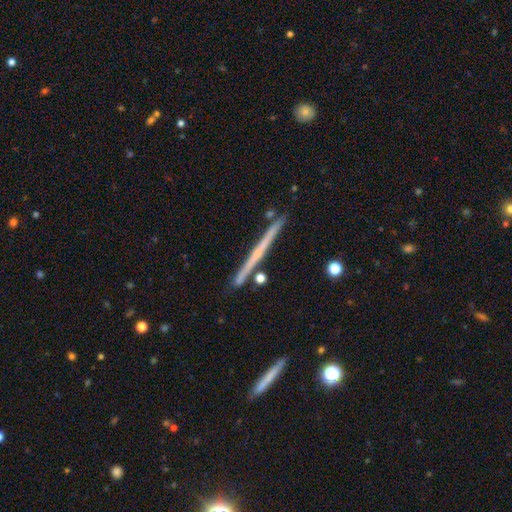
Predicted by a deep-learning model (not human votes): A featured or disk galaxy (62%) viewed edge-on (98%) with no central bulge (81%).

Vote fractions:
- Smooth or featured? featured or disk: 62% / smooth: 32% / star or artifact: 6%
- Edge-on disk? yes: 98% / no: 2%
- Edge-on bulge? none: 81% / rounded: 14% / boxy: 4%
- Merging? none: 89% / minor disturbance: 7% / merger: 3% / major disturbance: 1%